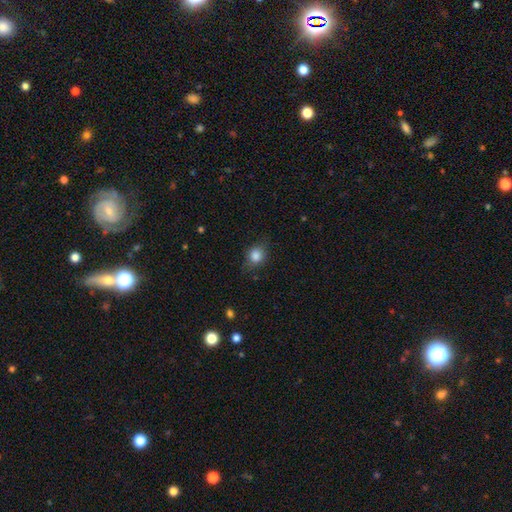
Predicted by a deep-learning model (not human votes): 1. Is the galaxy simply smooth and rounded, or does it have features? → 84% smooth, 10% star or artifact, 6% featured or disk.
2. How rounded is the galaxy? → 62% round, 37% in between, 1% cigar-shaped.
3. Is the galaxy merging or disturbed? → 75% none, 19% minor disturbance, 5% major disturbance, 1% merger.